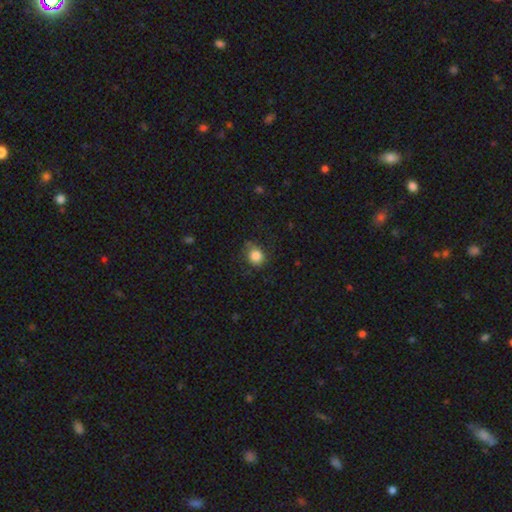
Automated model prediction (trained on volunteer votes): Overall: smooth (85%). How rounded: round (76%). Merging: none (71%).